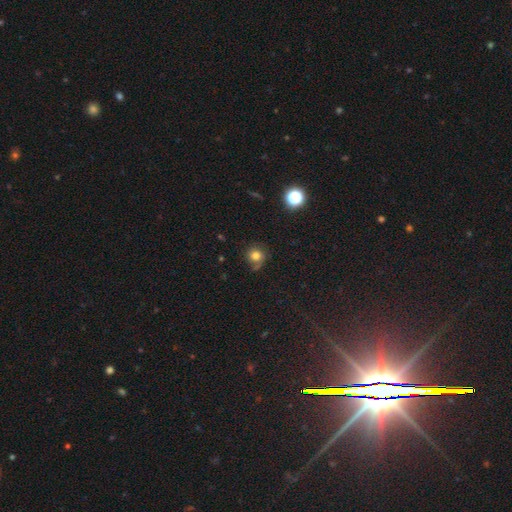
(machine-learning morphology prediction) This is likely a smooth galaxy (75%). How rounded: clearly round (85%). Merging: likely none (63%).